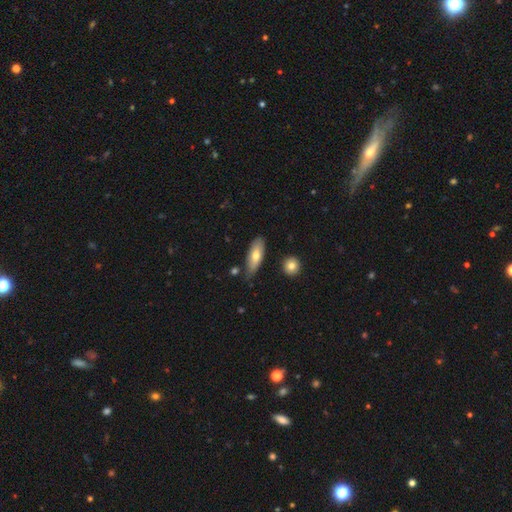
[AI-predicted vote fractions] Smooth or featured: smooth — 66% (featured or disk — 28%)
How rounded: in between — 65% (cigar-shaped — 32%)
Merging: none — 72% (minor disturbance — 20%)